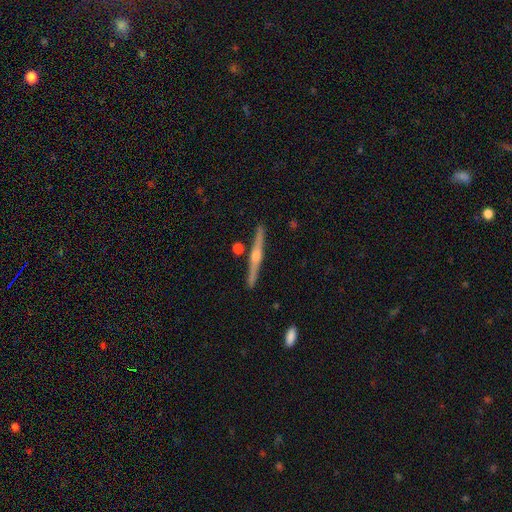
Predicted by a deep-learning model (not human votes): Morphology: type=featured or disk (79%); edge-on=yes (98%); edge-on bulge=rounded (89%); merging=none (89%).